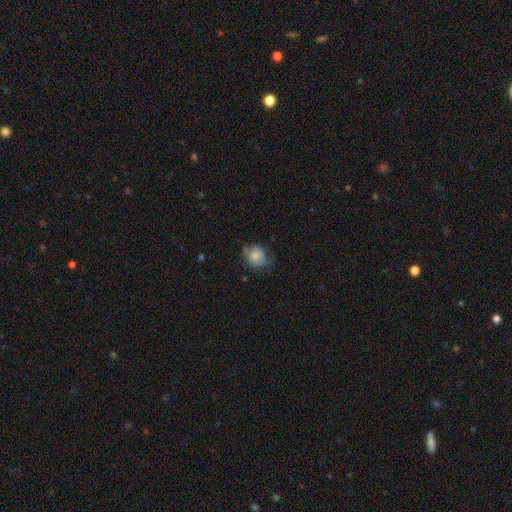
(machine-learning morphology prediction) Smooth or featured? Predicted: smooth (p=0.68). How rounded? Predicted: round (p=0.69). Merging? Predicted: none (p=0.54).